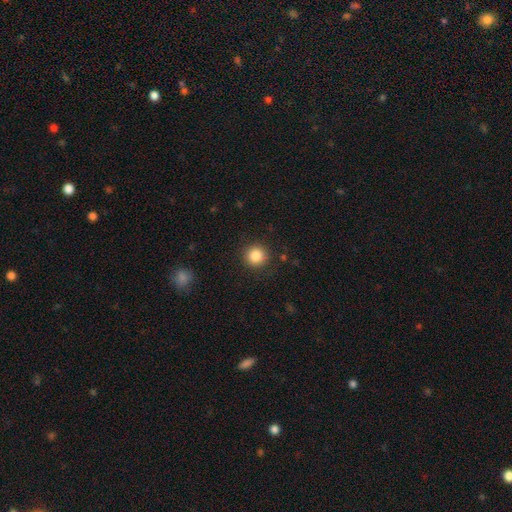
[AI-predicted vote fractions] This is clearly a smooth galaxy (85%). How rounded: clearly round (94%). Merging: clearly none (90%).